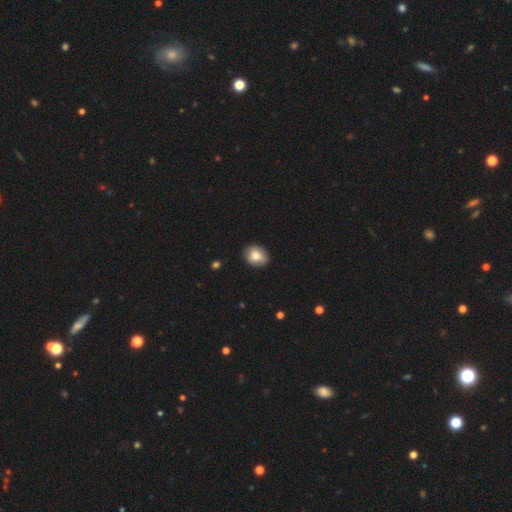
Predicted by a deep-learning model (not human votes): A smooth galaxy with no disk features (79%) that is in between round and cigar-shaped (51%). Merging: none (85%).